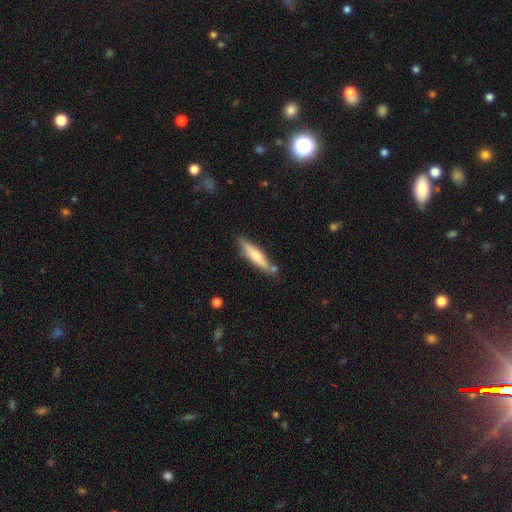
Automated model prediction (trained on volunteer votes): smooth-or-featured: smooth: 60% | featured or disk: 34% | star or artifact: 6%
  how-rounded: cigar-shaped: 84% | in between: 15% | round: 1%
  merging: none: 75% | minor disturbance: 16% | merger: 6% | major disturbance: 3%